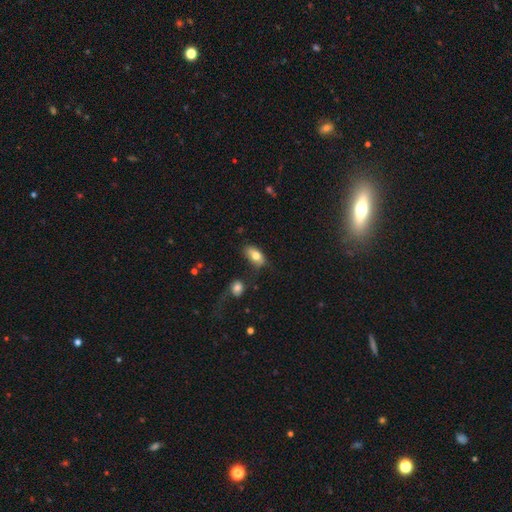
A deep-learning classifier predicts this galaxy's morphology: A smooth galaxy with no disk features (76%) that is in between round and cigar-shaped (90%).

Vote fractions:
- Smooth or featured? smooth: 76% / featured or disk: 16% / star or artifact: 7%
- How rounded? in between: 90% / round: 5% / cigar-shaped: 5%
- Merging? none: 62% / minor disturbance: 24% / major disturbance: 8% / merger: 6%